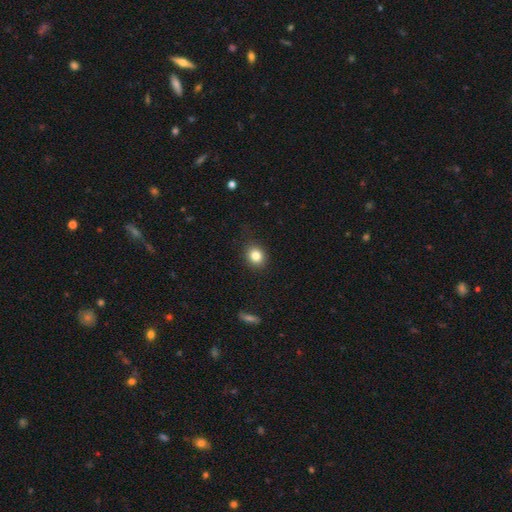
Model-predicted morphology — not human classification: This appears to be a smooth galaxy with no disk features (82%) that is round (69%). Merging: none (86%).